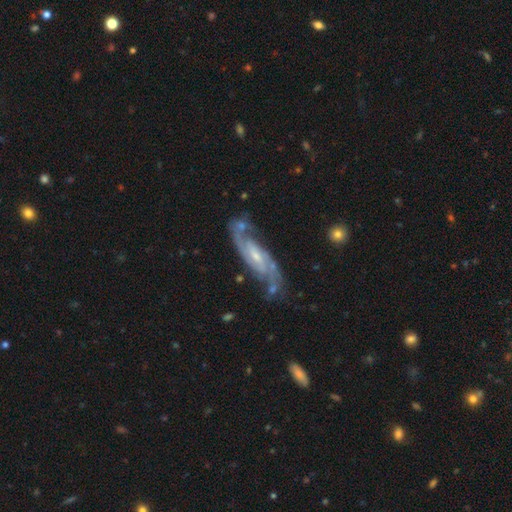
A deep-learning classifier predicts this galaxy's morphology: The model was most divided on "bar": weak: 45%, no: 32%, strong: 23%. More confident: spiral arms — yes (97%); edge-on disk — no (90%); smooth or featured — featured or disk (88%); spiral arm count — 2 (88%); merging — none (70%); bulge size — small (63%); spiral winding — medium (51%).